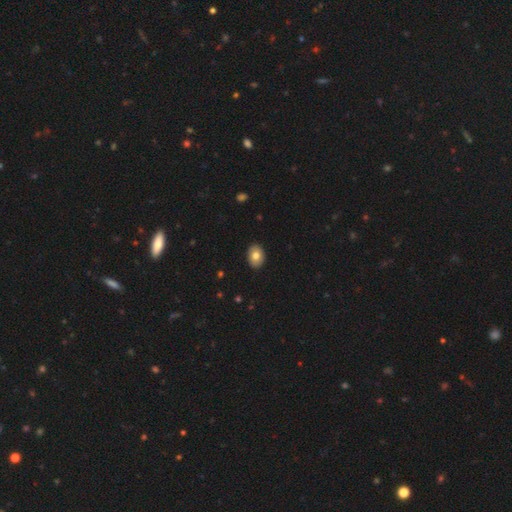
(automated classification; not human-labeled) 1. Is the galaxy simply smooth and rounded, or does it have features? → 79% smooth, 14% featured or disk, 7% star or artifact.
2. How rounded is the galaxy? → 77% in between, 22% round, 1% cigar-shaped.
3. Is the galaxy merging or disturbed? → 90% none, 7% minor disturbance, 2% major disturbance, 1% merger.